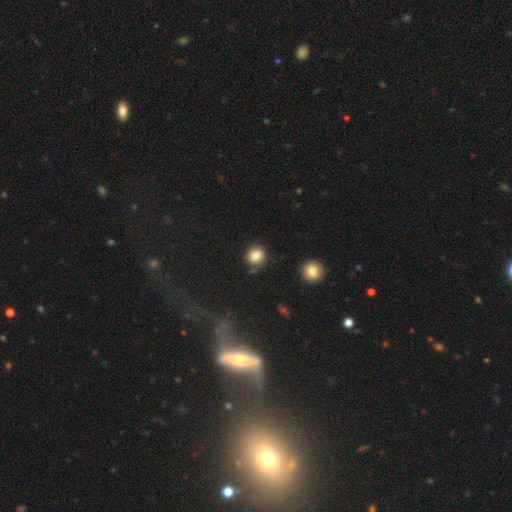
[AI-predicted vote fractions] A smooth galaxy with no disk features (84%) that is round (90%). Merging: none (81%).